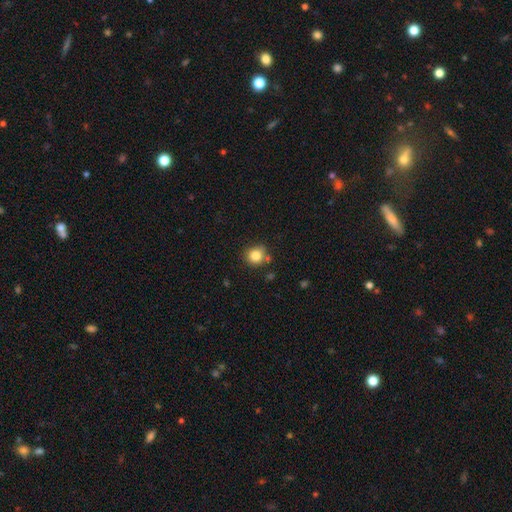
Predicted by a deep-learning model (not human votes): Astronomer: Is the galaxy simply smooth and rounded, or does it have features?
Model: smooth — 83%.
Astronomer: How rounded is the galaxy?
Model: round — 85%.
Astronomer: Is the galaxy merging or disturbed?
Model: none — 75%.